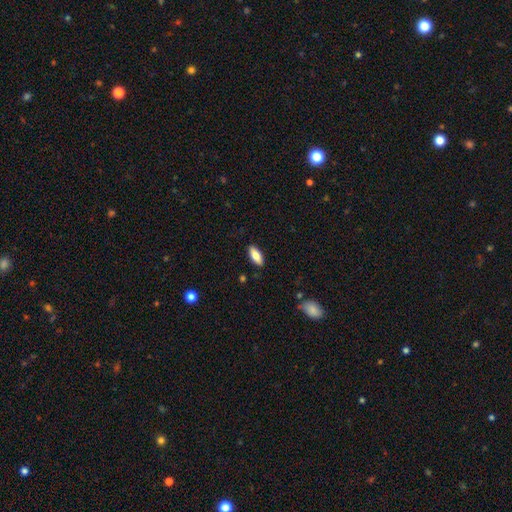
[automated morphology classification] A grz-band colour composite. It shows a smooth galaxy with no disk features (80%) that is in between round and cigar-shaped (79%). Merging: none (88%).